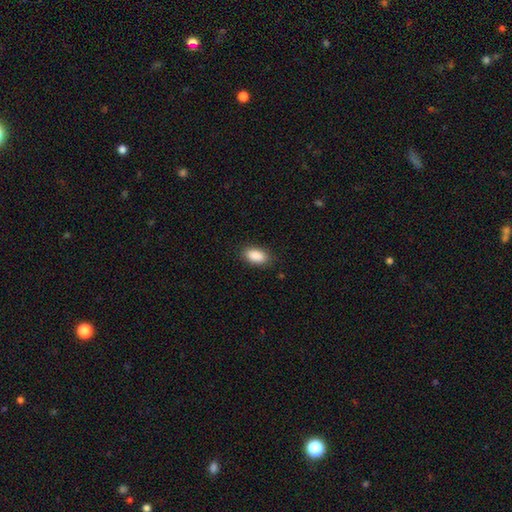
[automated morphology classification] Smooth or featured? Predicted: smooth (p=0.90). How rounded? Predicted: in between (p=0.93). Merging? Predicted: none (p=0.86).